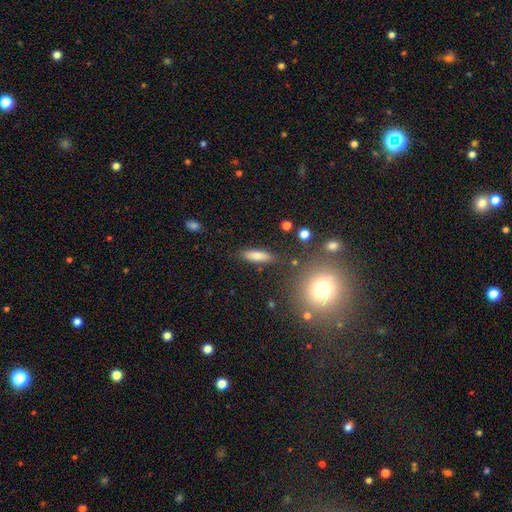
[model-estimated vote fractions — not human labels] Overall: smooth (74%). How rounded: cigar-shaped (51%; in between 46%). Merging: none (84%).